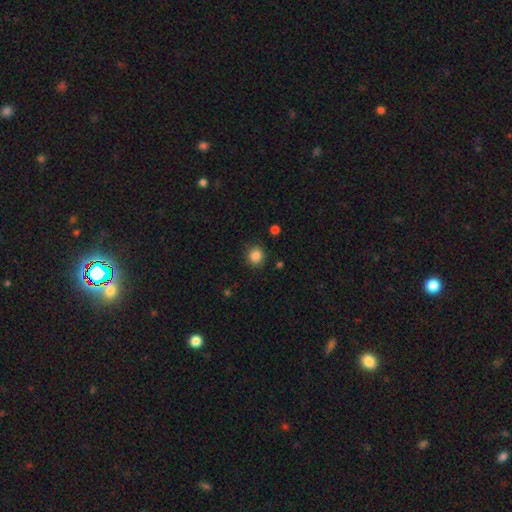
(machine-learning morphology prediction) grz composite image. It shows a smooth galaxy with no disk features (86%) that is round (86%). Merging: none (87%).